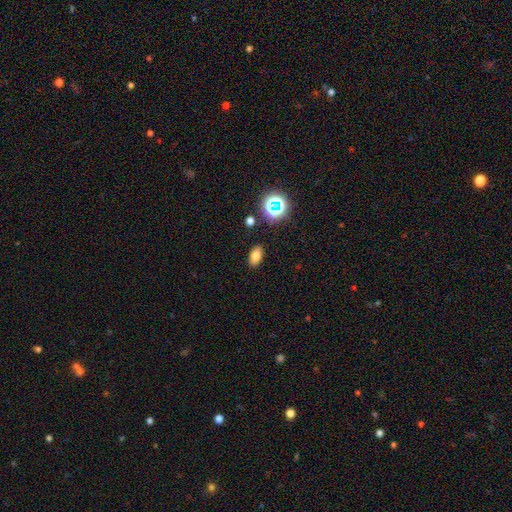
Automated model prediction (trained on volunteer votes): A smooth galaxy with no disk features (73%) that is in between round and cigar-shaped (89%). Merging: none (88%).